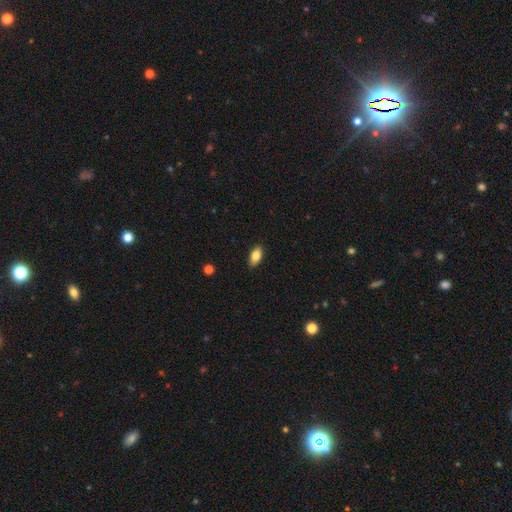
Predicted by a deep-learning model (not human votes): A smooth galaxy with no disk features (83%) that is in between round and cigar-shaped (91%). Merging: none (89%).